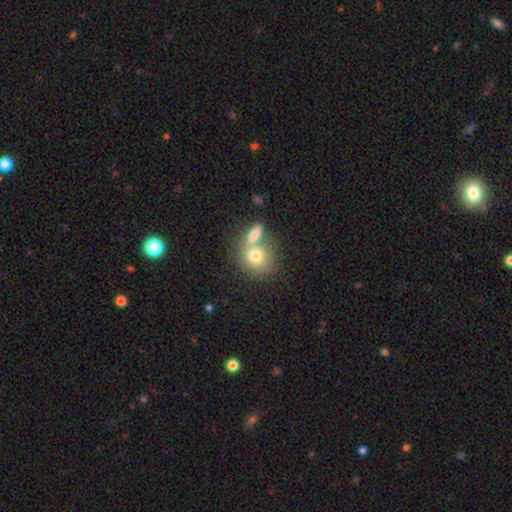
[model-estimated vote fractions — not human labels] Overall: smooth (74%). How rounded: round (66%; in between 32%). Merging: merger (53%; none 34%).